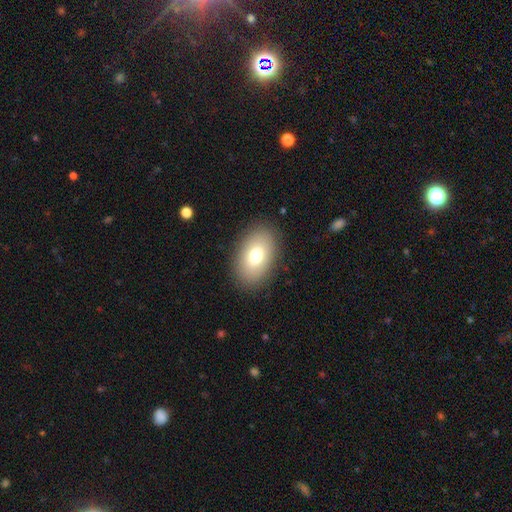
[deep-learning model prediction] Morphology: type=smooth (74%); roundness=in between (90%); merging=none (87%).